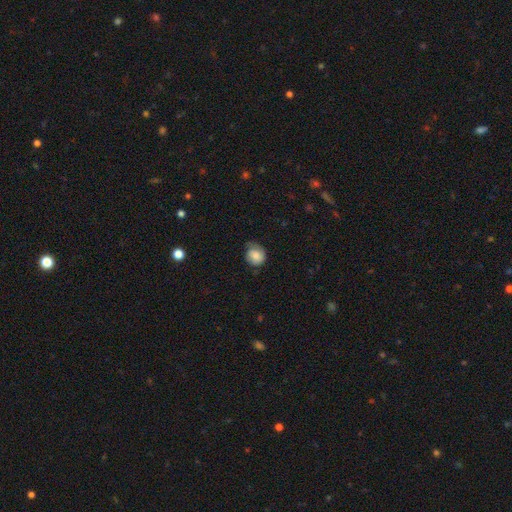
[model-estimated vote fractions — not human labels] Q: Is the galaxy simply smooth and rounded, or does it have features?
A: smooth — 77%.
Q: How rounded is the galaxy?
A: round — 73%.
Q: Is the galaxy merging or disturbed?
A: none — 48%.